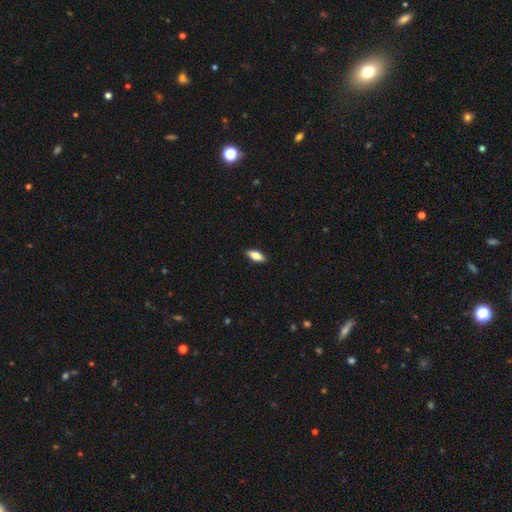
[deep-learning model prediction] Morphology: type=smooth (80%); roundness=in between (82%); merging=none (90%).